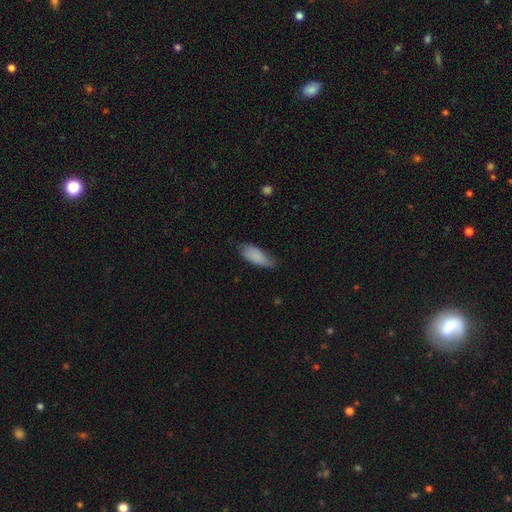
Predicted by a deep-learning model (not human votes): Overall: smooth (86%). How rounded: in between (82%). Merging: none (64%; minor disturbance 29%).